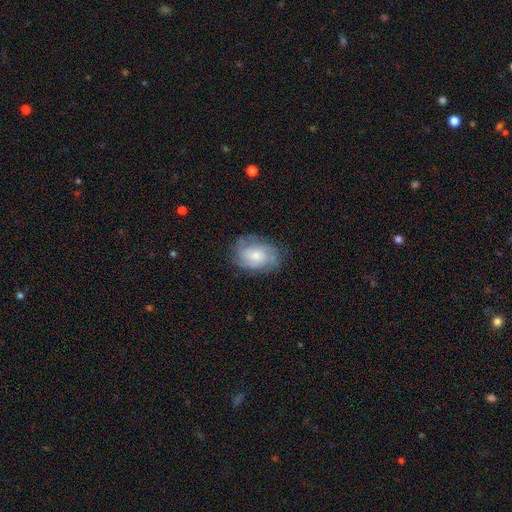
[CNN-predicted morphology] A featured or disk galaxy (50%).

Vote fractions:
- Smooth or featured? featured or disk: 50% / smooth: 42% / star or artifact: 8%
- Merging? none: 69% / minor disturbance: 21% / major disturbance: 8% / merger: 1%